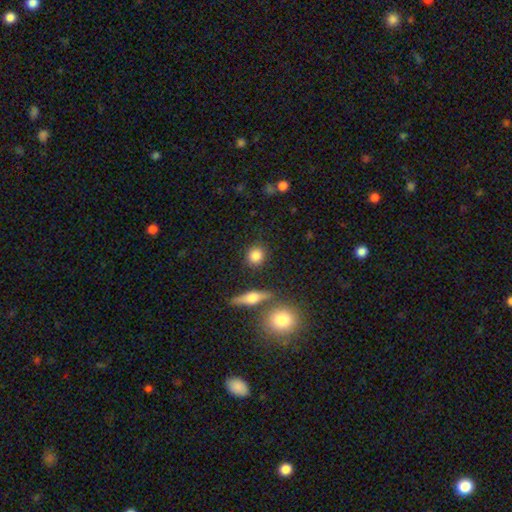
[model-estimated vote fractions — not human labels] smooth-or-featured: smooth: 82% | featured or disk: 9% | star or artifact: 9%
  how-rounded: round: 84% | in between: 14% | cigar-shaped: 2%
  merging: none: 86% | minor disturbance: 8% | merger: 4% | major disturbance: 3%